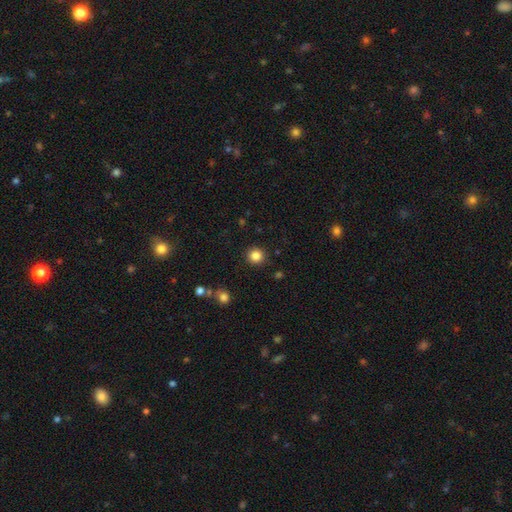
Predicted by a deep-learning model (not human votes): Smooth or featured?
  - smooth: 85% *
  - star or artifact: 11%
  - featured or disk: 4%
How rounded?
  - round: 93% *
  - in between: 6%
  - cigar-shaped: 1%
Merging?
  - none: 91% *
  - minor disturbance: 6%
  - major disturbance: 2%
  - merger: 2%